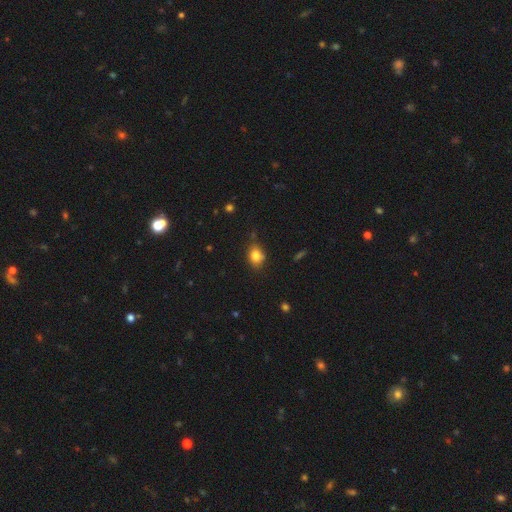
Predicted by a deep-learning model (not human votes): Smooth or featured?
  - smooth: 81% *
  - star or artifact: 10%
  - featured or disk: 9%
How rounded?
  - in between: 63% *
  - round: 35%
  - cigar-shaped: 2%
Merging?
  - none: 69% *
  - minor disturbance: 22%
  - major disturbance: 5%
  - merger: 4%